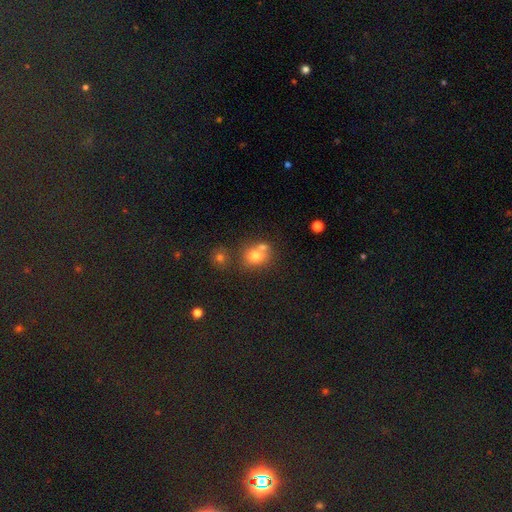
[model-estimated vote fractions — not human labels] The model was most divided on "merging": none: 50%, merger: 33%, minor disturbance: 12%, major disturbance: 4%. More confident: smooth or featured — smooth (73%); how rounded — round (70%).